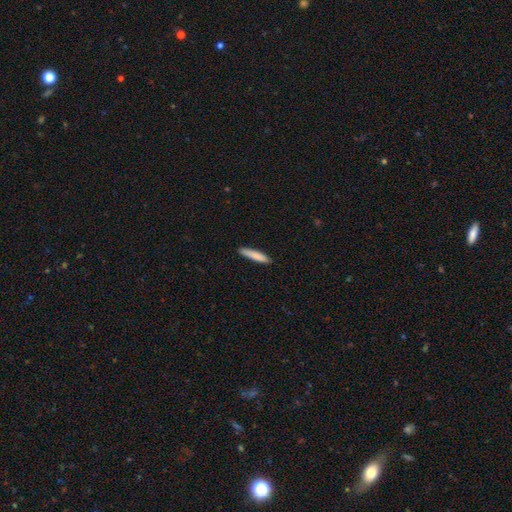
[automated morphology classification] This appears to be a smooth galaxy with no disk features (83%) that is cigar-shaped (89%). Merging: none (88%).